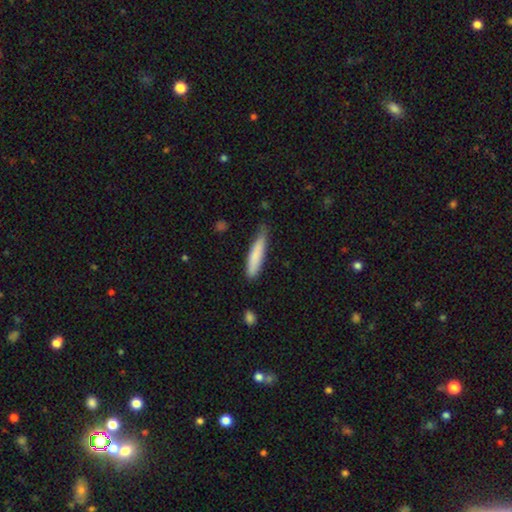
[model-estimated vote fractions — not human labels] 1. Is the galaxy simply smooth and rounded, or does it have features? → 80% smooth, 15% featured or disk, 6% star or artifact.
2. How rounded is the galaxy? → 86% cigar-shaped, 12% in between, 1% round.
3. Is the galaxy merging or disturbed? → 65% none, 29% minor disturbance, 4% major disturbance, 2% merger.